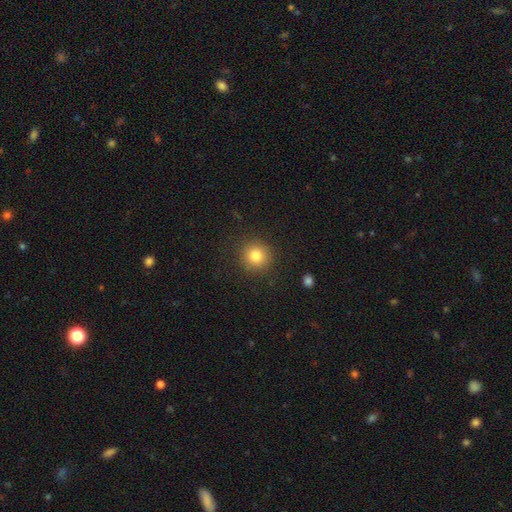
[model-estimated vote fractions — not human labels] The model was most divided on "smooth or featured": smooth: 81%, star or artifact: 11%, featured or disk: 7%. More confident: how rounded — round (93%); merging — none (90%).